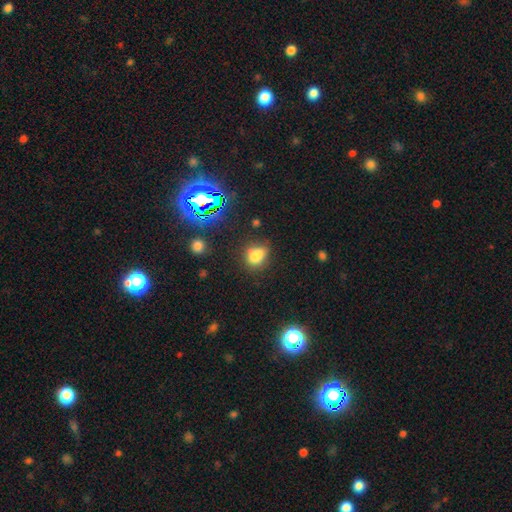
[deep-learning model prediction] This is likely a smooth galaxy (76%). How rounded: possibly in between (58%). Merging: likely none (66%).